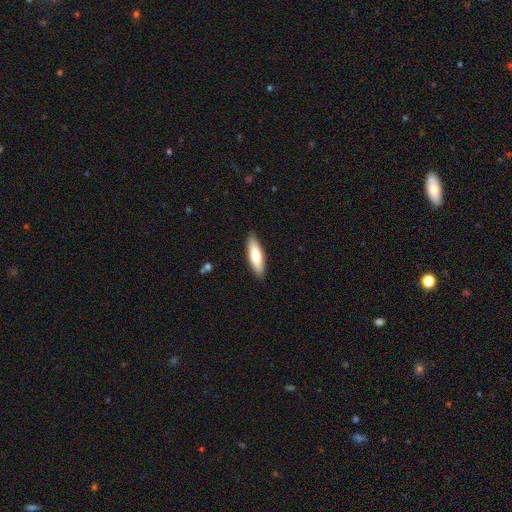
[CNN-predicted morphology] type=smooth (66%); roundness=cigar-shaped (52%); merging=none (89%).